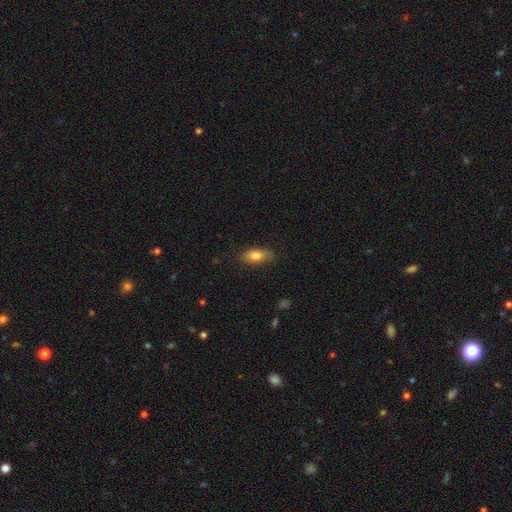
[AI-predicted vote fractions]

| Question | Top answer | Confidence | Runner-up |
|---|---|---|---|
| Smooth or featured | smooth | 79% | featured or disk (14%) |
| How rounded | in between | 81% | cigar-shaped (15%) |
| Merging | none | 82% | minor disturbance (14%) |